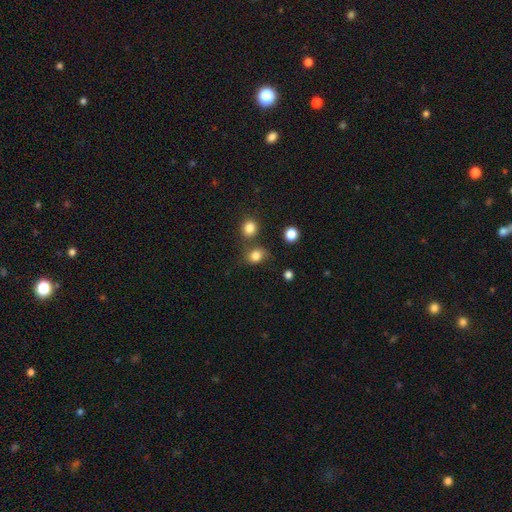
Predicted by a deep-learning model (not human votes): Smooth or featured? Predicted: smooth (p=0.82). How rounded? Predicted: round (p=0.63). Merging? Predicted: none (p=0.62).